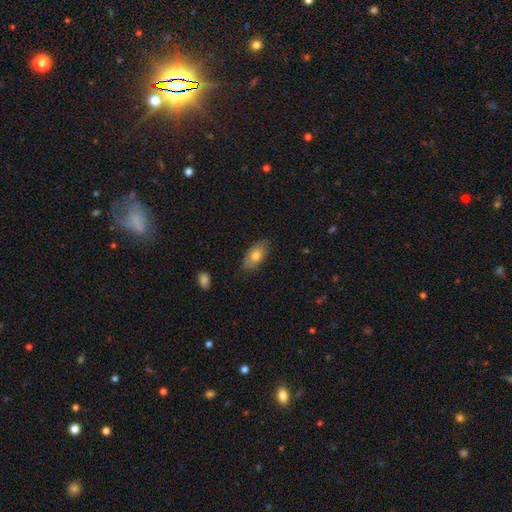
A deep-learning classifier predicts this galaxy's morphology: This is likely a smooth galaxy (74%). How rounded: clearly in between (88%). Merging: likely none (79%).